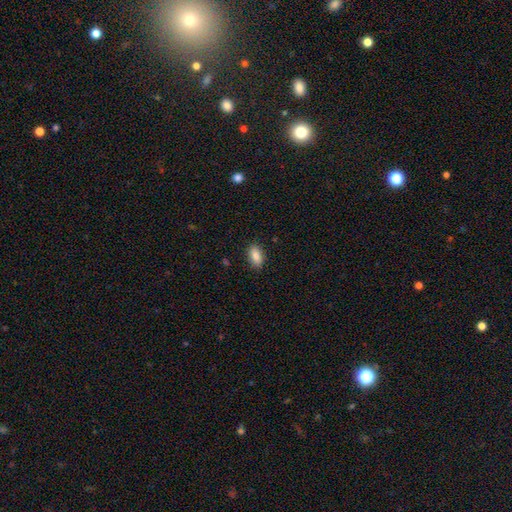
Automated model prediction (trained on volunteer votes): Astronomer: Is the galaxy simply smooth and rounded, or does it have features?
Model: smooth — 86%.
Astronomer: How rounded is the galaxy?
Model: in between — 90%.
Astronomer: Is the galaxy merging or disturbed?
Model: none — 88%.